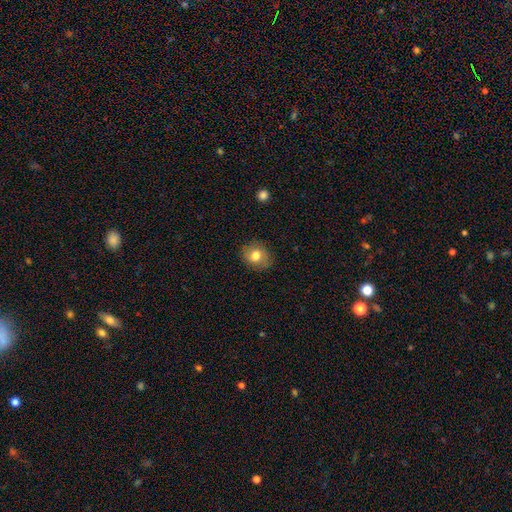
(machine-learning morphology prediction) This appears to be a smooth galaxy with no disk features (77%) that is round (62%). Merging: none (85%).